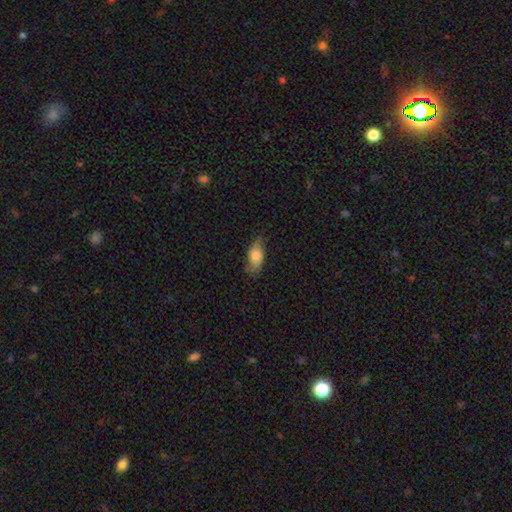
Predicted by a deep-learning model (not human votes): Smooth or featured: smooth — 76% (featured or disk — 16%)
How rounded: in between — 84% (cigar-shaped — 11%)
Merging: none — 63% (minor disturbance — 28%)